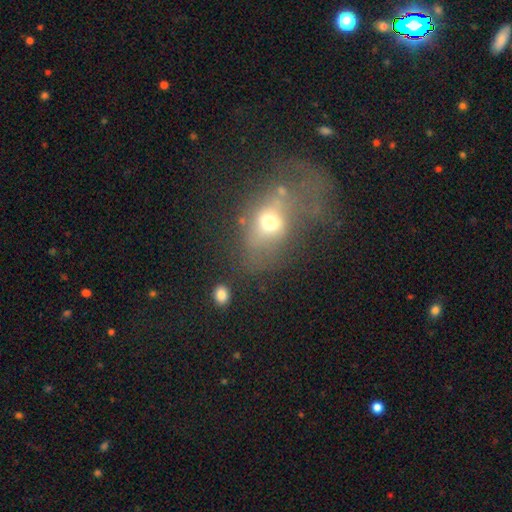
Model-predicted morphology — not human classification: Q: Smooth or featured?
A: smooth (46%); runner-up: featured or disk (36%)
Q: Merging?
A: major disturbance (45%); runner-up: none (25%)